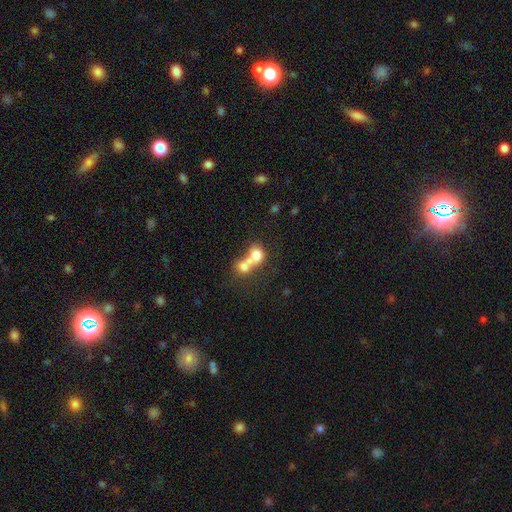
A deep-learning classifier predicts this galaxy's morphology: This is likely a smooth galaxy (69%). How rounded: likely round (67%). Merging: likely merger (71%).